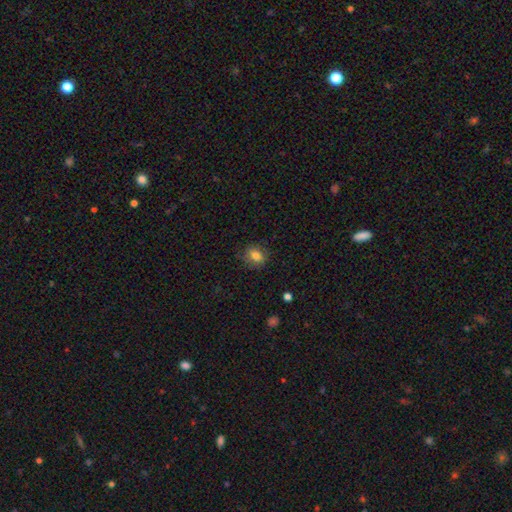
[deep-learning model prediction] Morphology: type=smooth (80%); roundness=in between (52%); merging=none (80%).